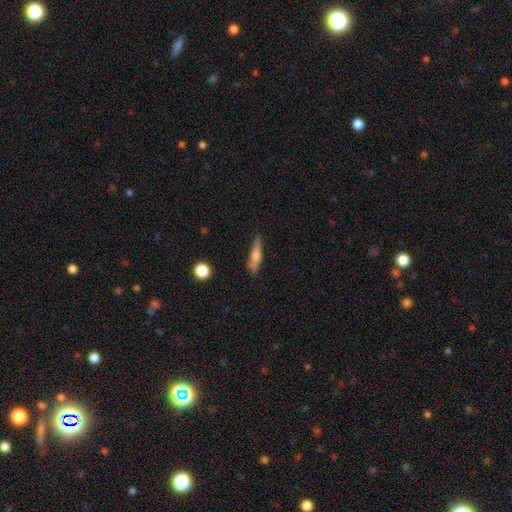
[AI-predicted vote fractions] Smooth or featured? smooth (60%)
How rounded? cigar-shaped (82%)
Merging? none (82%)